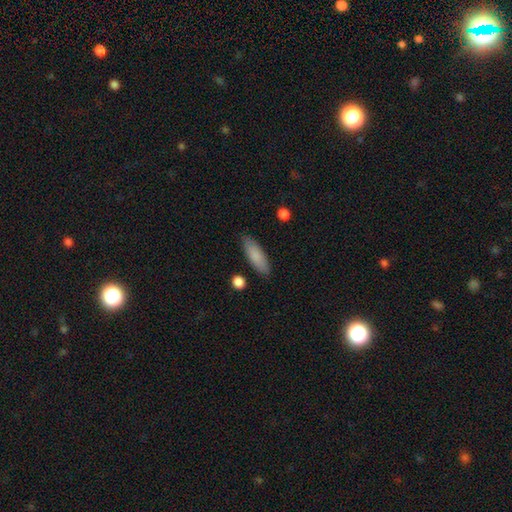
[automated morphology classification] smooth-or-featured: smooth: 84% | featured or disk: 10% | star or artifact: 6%
  how-rounded: in between: 57% | cigar-shaped: 41% | round: 2%
  merging: none: 85% | minor disturbance: 11% | major disturbance: 2% | merger: 2%